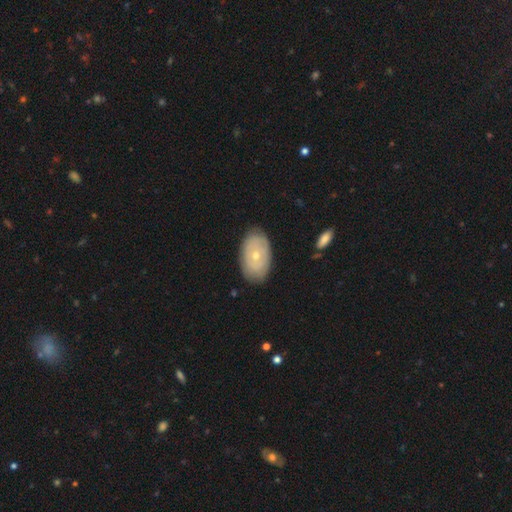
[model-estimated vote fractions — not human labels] smooth-or-featured: featured or disk: 51% | smooth: 42% | star or artifact: 6%
  disk-edge-on: no: 91% | yes: 9%
  merging: none: 83% | minor disturbance: 13% | major disturbance: 3% | merger: 1%